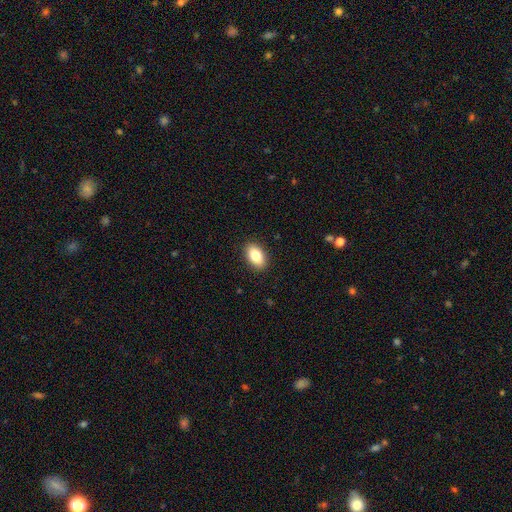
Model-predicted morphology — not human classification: smooth-or-featured: smooth: 84% | featured or disk: 9% | star or artifact: 8%
  how-rounded: in between: 91% | round: 7% | cigar-shaped: 2%
  merging: none: 90% | minor disturbance: 7% | major disturbance: 2% | merger: 1%